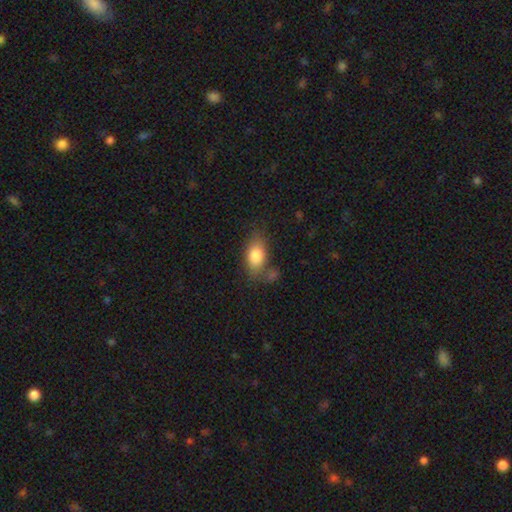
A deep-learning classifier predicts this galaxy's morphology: A smooth galaxy with no disk features (82%) that is in between round and cigar-shaped (87%). Merging: none (61%).